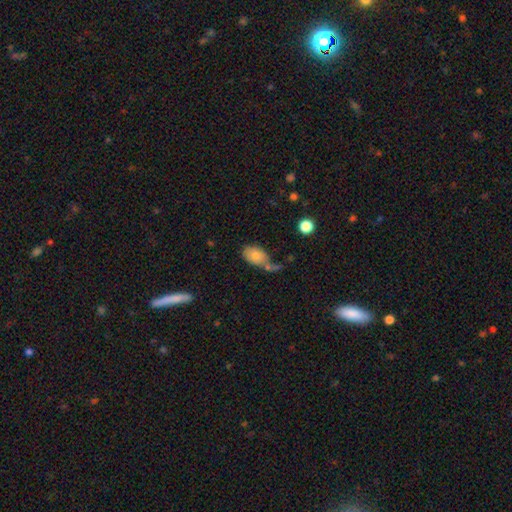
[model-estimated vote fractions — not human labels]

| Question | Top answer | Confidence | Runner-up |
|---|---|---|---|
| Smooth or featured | smooth | 77% | featured or disk (15%) |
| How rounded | in between | 89% | round (10%) |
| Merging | none | 43% | merger (24%) |